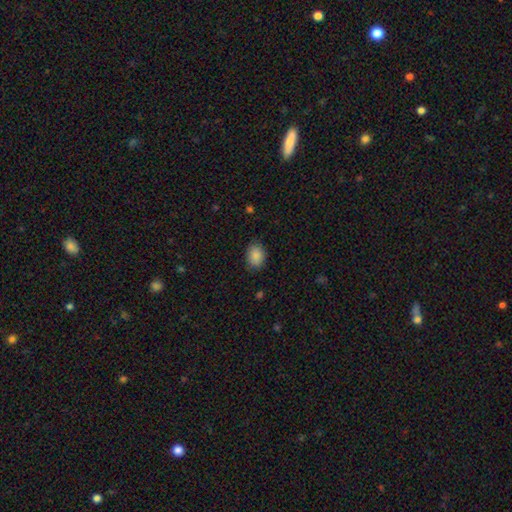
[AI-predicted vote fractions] smooth 88%, star or artifact 8%, featured or disk 4%. Down the decision tree: how rounded — in between (66%); merging — none (84%).